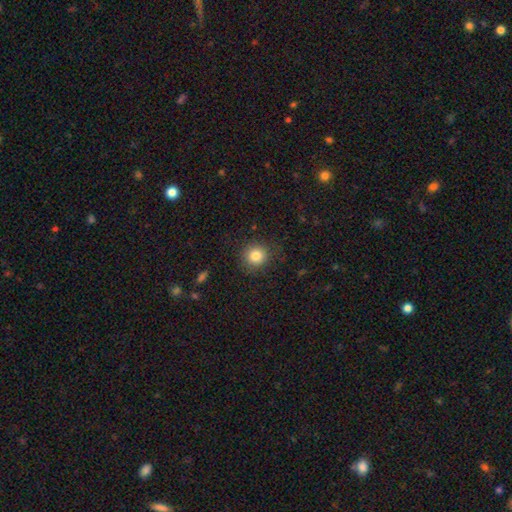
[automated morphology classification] A smooth galaxy with no disk features (83%) that is round (90%). Merging: none (85%).